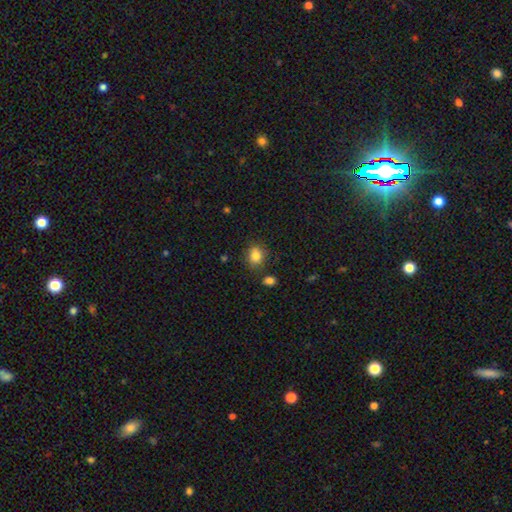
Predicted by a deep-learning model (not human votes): smooth 83%, star or artifact 10%, featured or disk 7%. Down the decision tree: how rounded — round (50%); merging — none (75%).